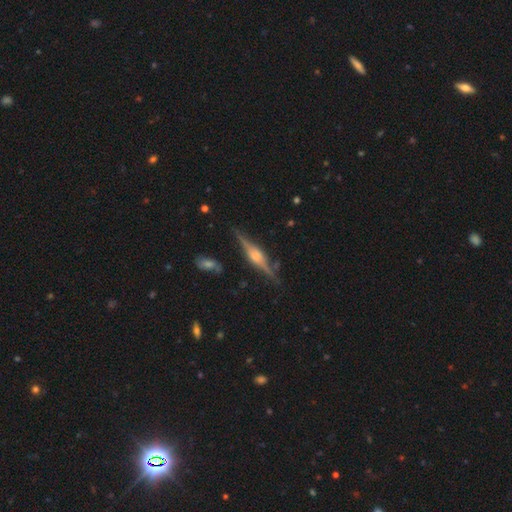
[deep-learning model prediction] This is clearly a featured or disk galaxy (83%). It is clearly viewed edge-on (98%). Edge-on bulge: likely rounded (78%). Merging: clearly none (84%).